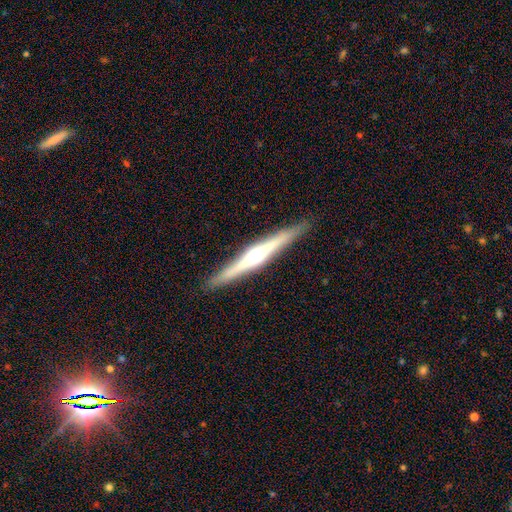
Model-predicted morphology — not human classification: Smooth or featured? featured or disk (76%)
Edge-on disk? yes (98%)
Edge-on bulge? rounded (91%)
Merging? none (92%)